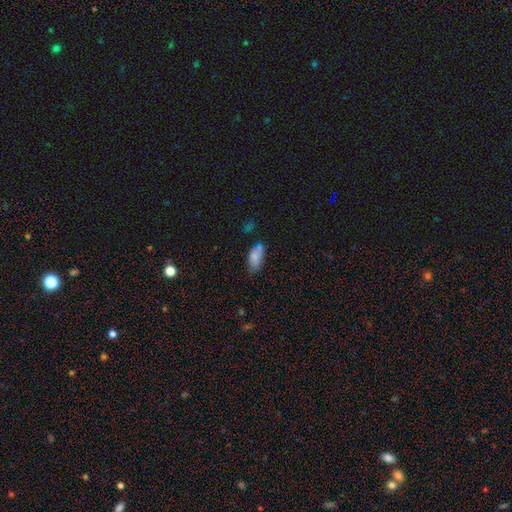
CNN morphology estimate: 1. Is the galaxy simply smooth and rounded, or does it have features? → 78% smooth, 12% featured or disk, 10% star or artifact.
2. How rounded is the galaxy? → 88% in between, 8% cigar-shaped, 4% round.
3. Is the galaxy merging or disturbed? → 52% none, 25% minor disturbance, 15% merger, 8% major disturbance.